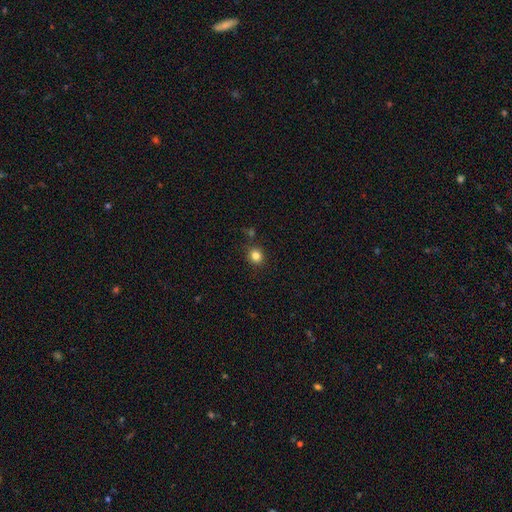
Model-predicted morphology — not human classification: Smooth or featured? Predicted: smooth (p=0.83). How rounded? Predicted: round (p=0.84). Merging? Predicted: none (p=0.86).